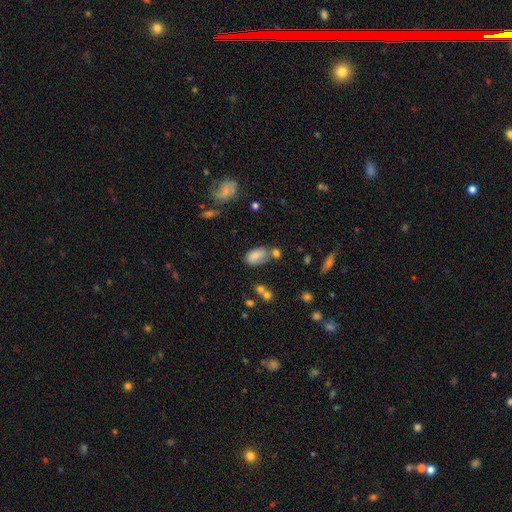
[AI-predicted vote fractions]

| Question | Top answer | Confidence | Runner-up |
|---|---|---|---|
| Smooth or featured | smooth | 79% | featured or disk (12%) |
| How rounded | in between | 92% | round (6%) |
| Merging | none | 50% | minor disturbance (24%) |